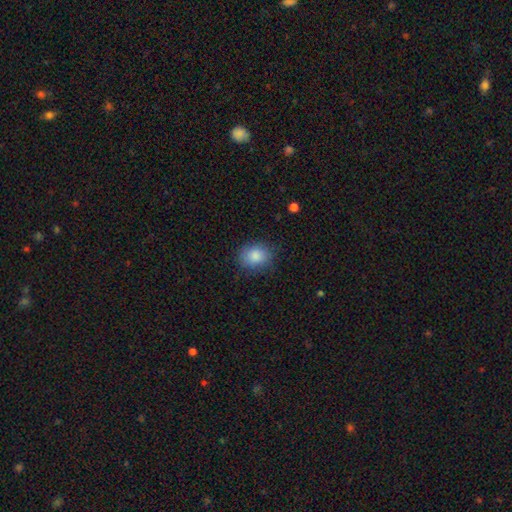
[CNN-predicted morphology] Smooth or featured? smooth (86%)
How rounded? in between (56%)
Merging? none (79%)